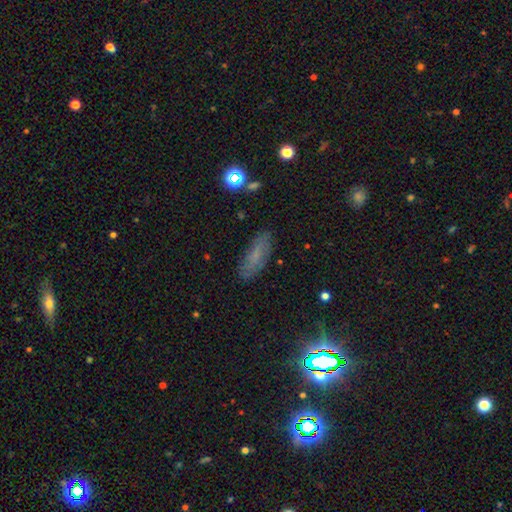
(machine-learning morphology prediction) smooth-or-featured: smooth: 58% | featured or disk: 25% | star or artifact: 16%
  how-rounded: in between: 58% | cigar-shaped: 39% | round: 3%
  merging: none: 80% | minor disturbance: 15% | major disturbance: 4% | merger: 2%